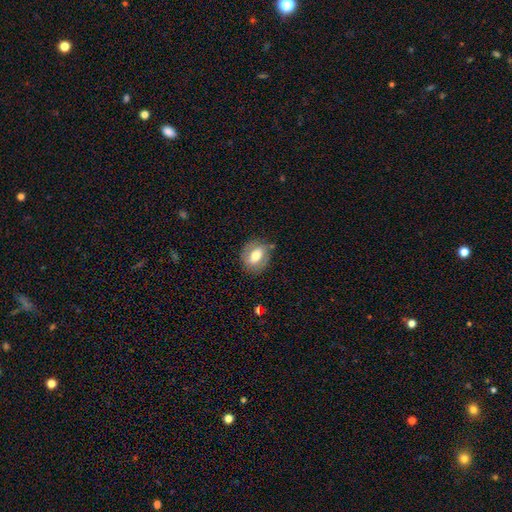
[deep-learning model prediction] smooth_or_featured: smooth (p=0.53) [alt: featured or disk p=0.40]
how_rounded: in between (p=0.51) [alt: round p=0.47]
merging: none (p=0.75) [alt: minor disturbance p=0.17]